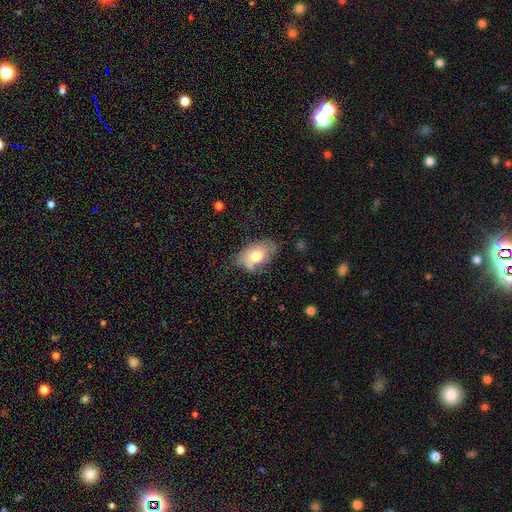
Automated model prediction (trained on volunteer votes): smooth_or_featured: smooth (p=0.69) [alt: featured or disk p=0.23]
how_rounded: in between (p=0.89) [alt: round p=0.09]
merging: none (p=0.59) [alt: minor disturbance p=0.29]